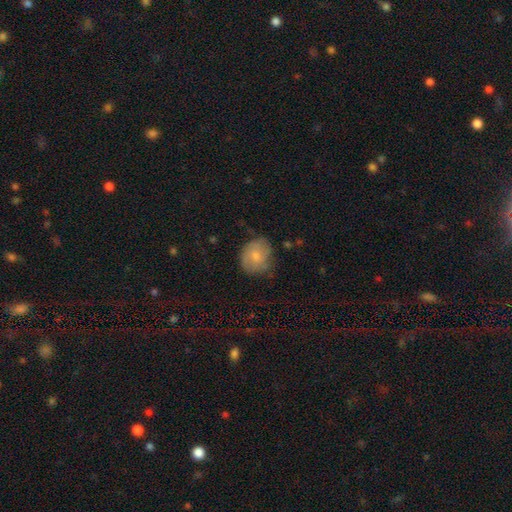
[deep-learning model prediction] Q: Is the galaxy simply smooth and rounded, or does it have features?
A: smooth — 67%.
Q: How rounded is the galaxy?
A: round — 61%.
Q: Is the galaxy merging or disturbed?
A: none — 62%.